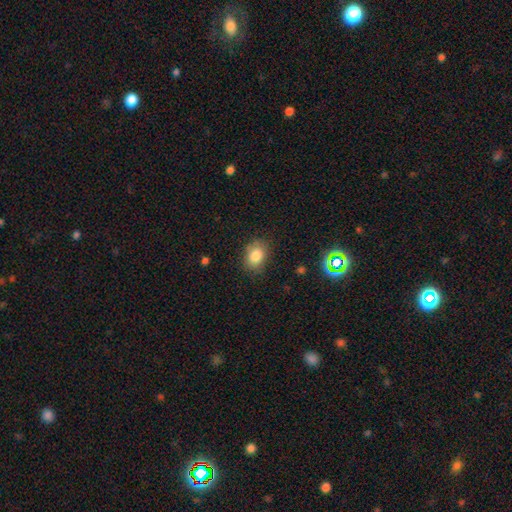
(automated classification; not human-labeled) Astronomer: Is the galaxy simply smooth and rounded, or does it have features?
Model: smooth — 83%.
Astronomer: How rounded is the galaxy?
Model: in between — 65%.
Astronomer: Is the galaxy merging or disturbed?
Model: none — 80%.